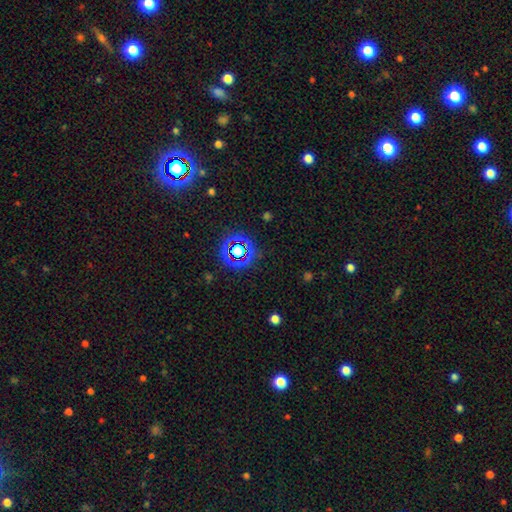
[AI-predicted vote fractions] Smooth or featured? Predicted: star or artifact (p=0.74).